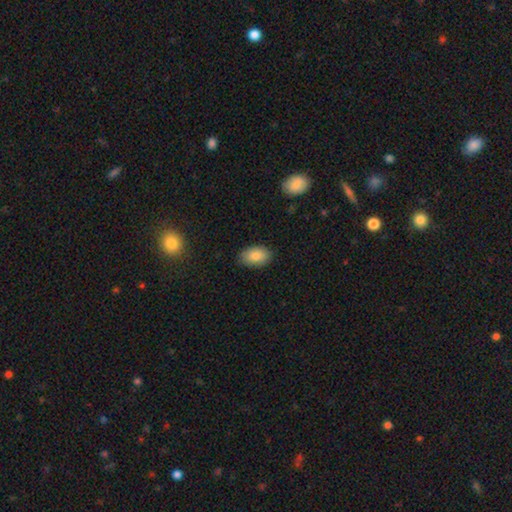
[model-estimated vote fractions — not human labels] smooth-or-featured: smooth: 86% | featured or disk: 7% | star or artifact: 7%
  how-rounded: in between: 92% | round: 6% | cigar-shaped: 1%
  merging: none: 86% | minor disturbance: 11% | major disturbance: 2% | merger: 1%